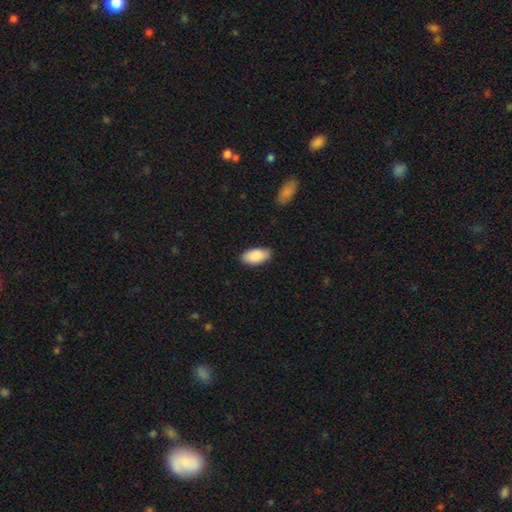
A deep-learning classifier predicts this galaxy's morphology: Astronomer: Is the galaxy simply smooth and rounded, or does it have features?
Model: smooth — 90%.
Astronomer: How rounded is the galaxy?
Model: in between — 94%.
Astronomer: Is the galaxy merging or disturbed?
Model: none — 84%.